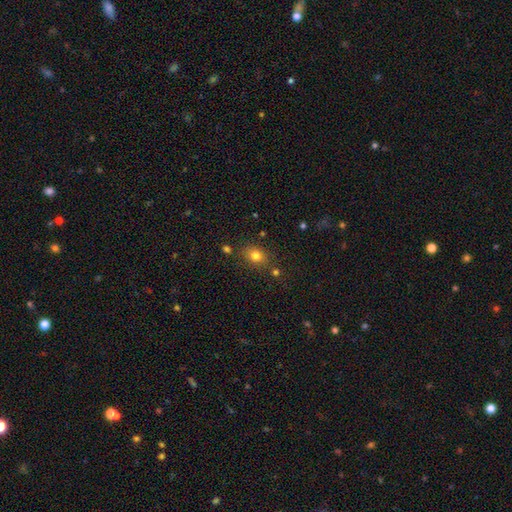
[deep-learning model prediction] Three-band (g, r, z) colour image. It shows a smooth galaxy with no disk features (78%) that is in between round and cigar-shaped (55%). Merging: none (78%).